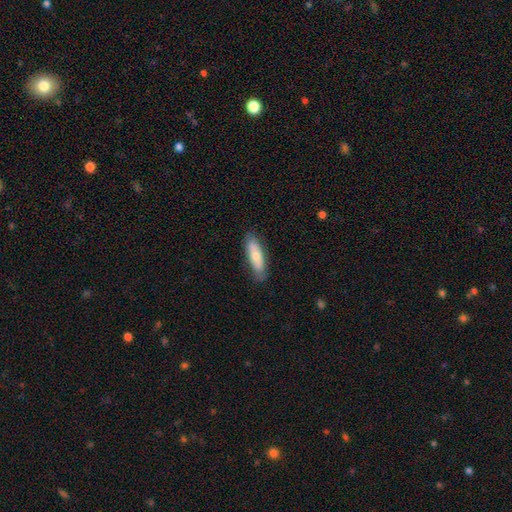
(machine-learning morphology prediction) Smooth or featured? smooth (69%)
How rounded? in between (51%)
Merging? none (79%)